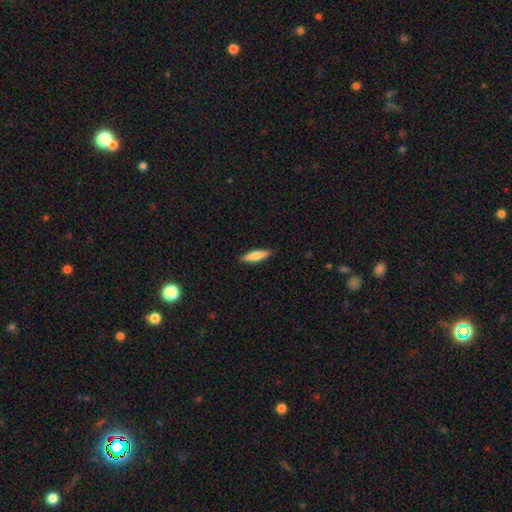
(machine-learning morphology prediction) Smooth or featured? Predicted: smooth (p=0.81). How rounded? Predicted: cigar-shaped (p=0.65). Merging? Predicted: none (p=0.89).